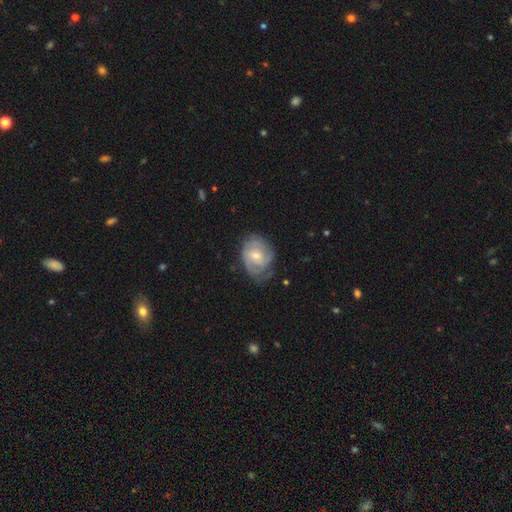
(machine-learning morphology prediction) Smooth or featured: featured or disk — 65% (smooth — 28%)
Edge-on disk: no — 97% (yes — 3%)
Bar: no — 54% (weak — 39%)
Spiral arms: yes — 85% (no — 15%)
Spiral winding: tight — 54% (medium — 34%)
Spiral arm count: can't tell — 39% (2 — 34%)
Bulge size: small — 53% (moderate — 43%)
Merging: none — 55% (minor disturbance — 29%)